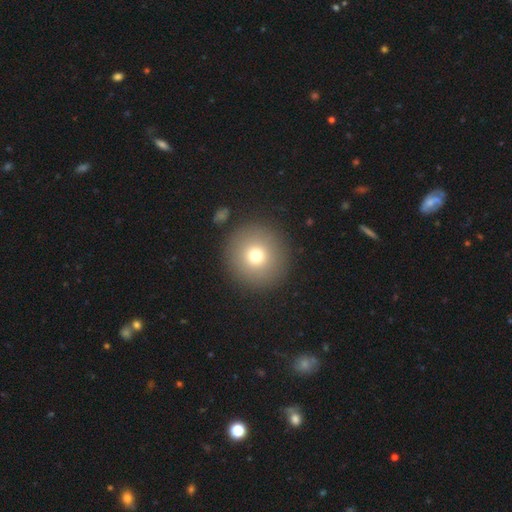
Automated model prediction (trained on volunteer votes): Smooth or featured? smooth (74%)
How rounded? round (95%)
Merging? none (90%)